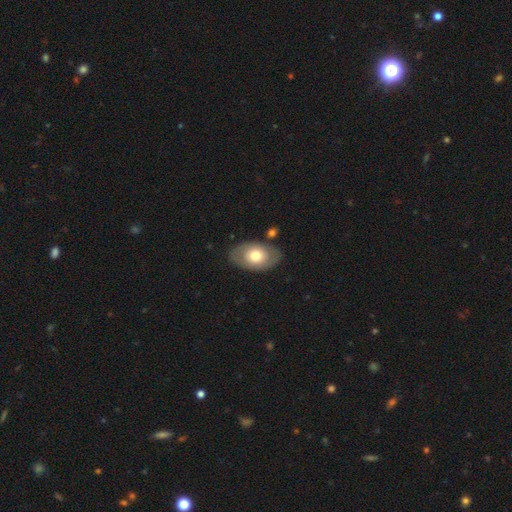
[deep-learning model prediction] A smooth galaxy with no disk features (60%) that is in between round and cigar-shaped (86%).

Vote fractions:
- Smooth or featured? smooth: 60% / featured or disk: 34% / star or artifact: 6%
- How rounded? in between: 86% / round: 13% / cigar-shaped: 1%
- Merging? none: 78% / minor disturbance: 14% / merger: 5% / major disturbance: 4%